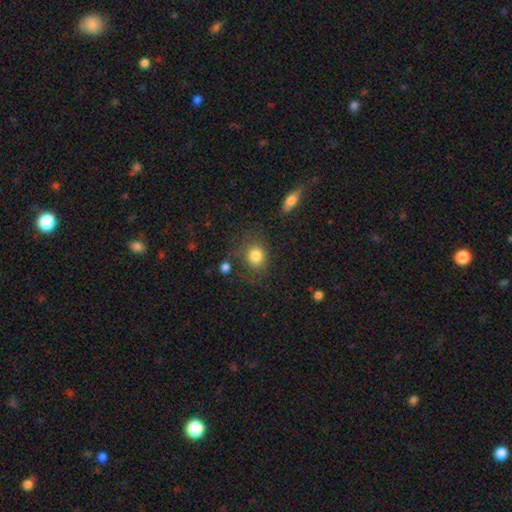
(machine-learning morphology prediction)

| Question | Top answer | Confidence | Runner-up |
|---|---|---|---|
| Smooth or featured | smooth | 82% | star or artifact (11%) |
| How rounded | round | 74% | in between (25%) |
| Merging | none | 71% | minor disturbance (16%) |